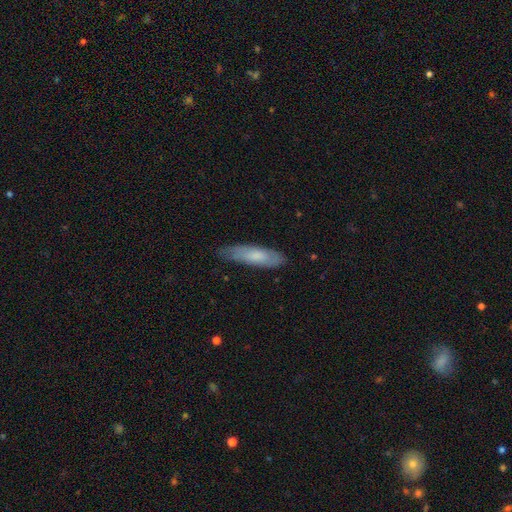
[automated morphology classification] This appears to be a smooth galaxy with no disk features (68%) that is cigar-shaped (62%). Merging: none (72%).